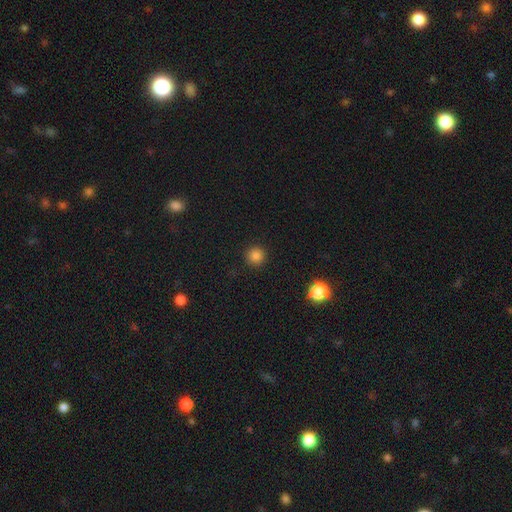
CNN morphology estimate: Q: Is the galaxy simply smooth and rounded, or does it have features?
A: smooth — 84%.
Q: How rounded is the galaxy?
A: round — 96%.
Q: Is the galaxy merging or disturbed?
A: none — 92%.